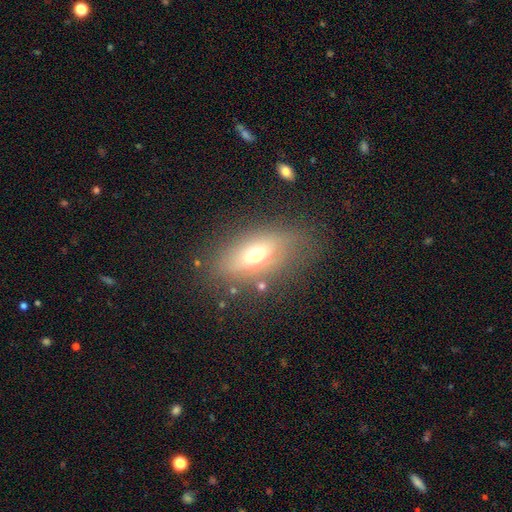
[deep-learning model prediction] This appears to be a smooth galaxy with no disk features (56%) that is in between round and cigar-shaped (79%). Merging: none (70%).